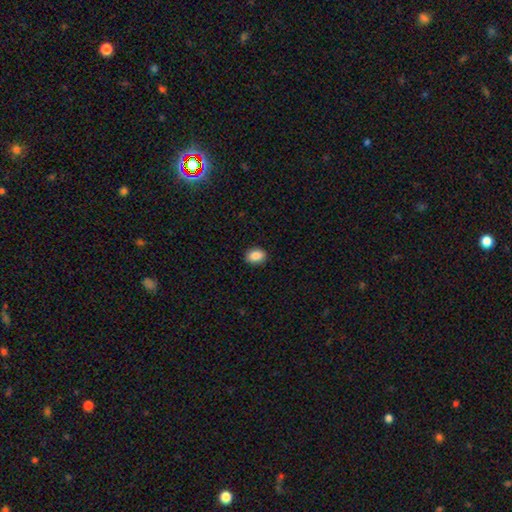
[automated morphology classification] This appears to be a smooth galaxy with no disk features (89%) that is in between round and cigar-shaped (76%). Merging: none (89%).